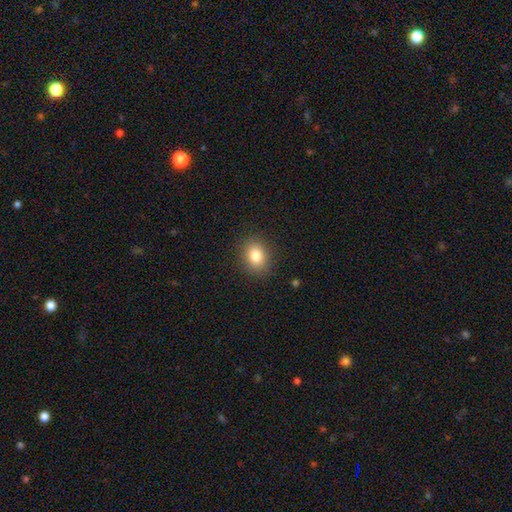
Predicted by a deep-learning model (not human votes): Smooth or featured: smooth — 82% (star or artifact — 11%)
How rounded: round — 54% (in between — 45%)
Merging: none — 88% (minor disturbance — 8%)